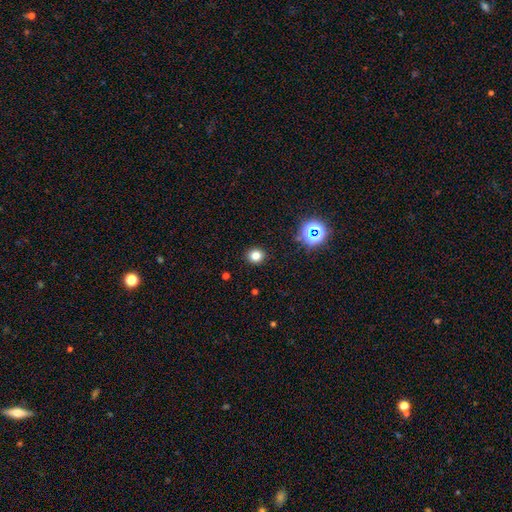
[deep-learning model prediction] A smooth galaxy with no disk features (77%) that is round (82%).

Vote fractions:
- Smooth or featured? smooth: 77% / star or artifact: 17% / featured or disk: 6%
- How rounded? round: 82% / in between: 17% / cigar-shaped: 1%
- Merging? none: 91% / minor disturbance: 6% / major disturbance: 2% / merger: 1%